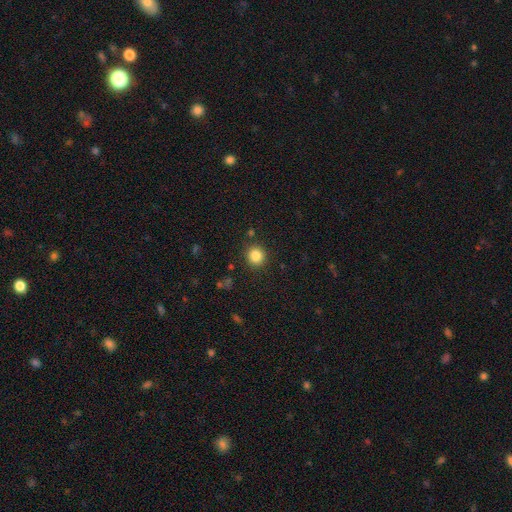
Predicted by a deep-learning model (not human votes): The model was most divided on "smooth or featured": smooth: 85%, star or artifact: 11%, featured or disk: 5%. More confident: how rounded — round (89%); merging — none (89%).